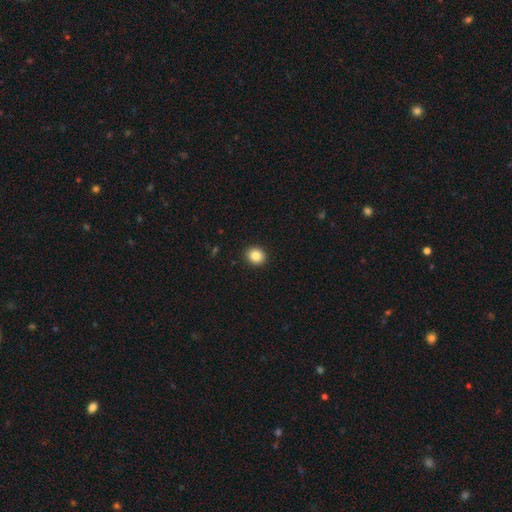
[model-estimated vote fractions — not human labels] Smooth or featured: smooth — 86% (star or artifact — 10%)
How rounded: round — 78% (in between — 21%)
Merging: none — 92% (minor disturbance — 5%)